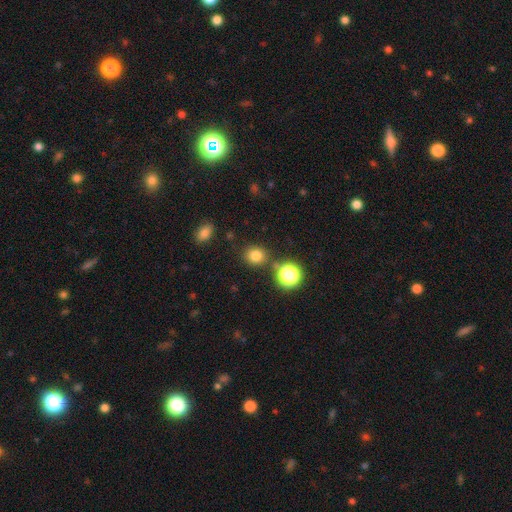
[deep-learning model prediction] smooth-or-featured: smooth: 78% | star or artifact: 16% | featured or disk: 6%
  how-rounded: round: 81% | in between: 18% | cigar-shaped: 1%
  merging: none: 83% | minor disturbance: 9% | merger: 6% | major disturbance: 3%